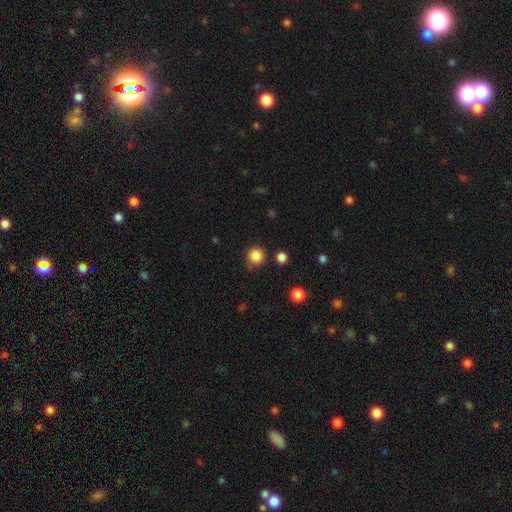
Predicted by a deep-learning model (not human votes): This is clearly a smooth galaxy (85%). How rounded: clearly round (94%). Merging: clearly none (82%).